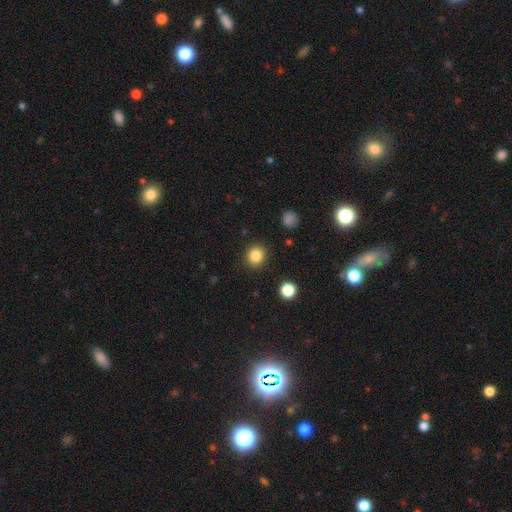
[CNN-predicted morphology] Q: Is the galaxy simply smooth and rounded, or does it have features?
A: smooth — 84%.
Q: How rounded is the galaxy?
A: round — 84%.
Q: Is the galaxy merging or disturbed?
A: none — 89%.